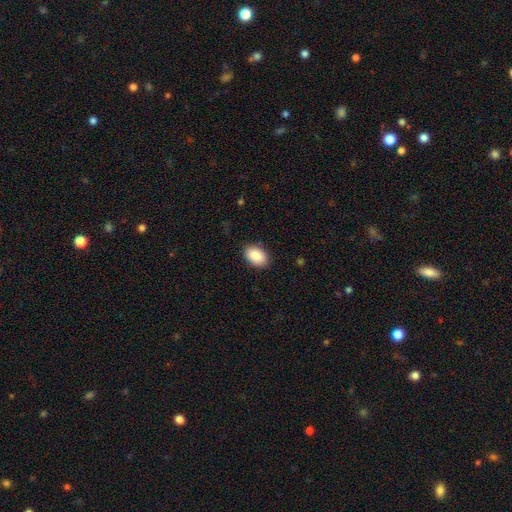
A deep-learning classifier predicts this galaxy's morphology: Smooth or featured? smooth (89%)
How rounded? in between (89%)
Merging? none (86%)